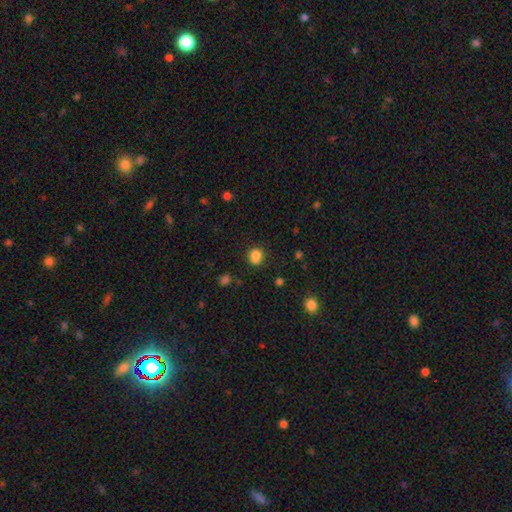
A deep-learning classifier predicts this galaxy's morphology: Smooth or featured: smooth — 83% (star or artifact — 12%)
How rounded: round — 65% (in between — 34%)
Merging: none — 71% (minor disturbance — 18%)